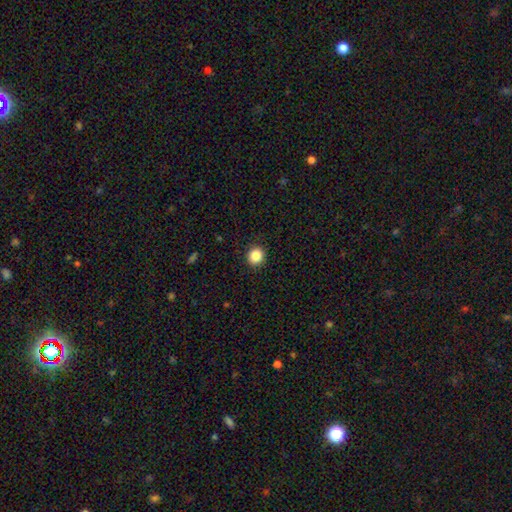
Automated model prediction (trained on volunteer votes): Morphology: type=smooth (86%); roundness=round (87%); merging=none (91%).